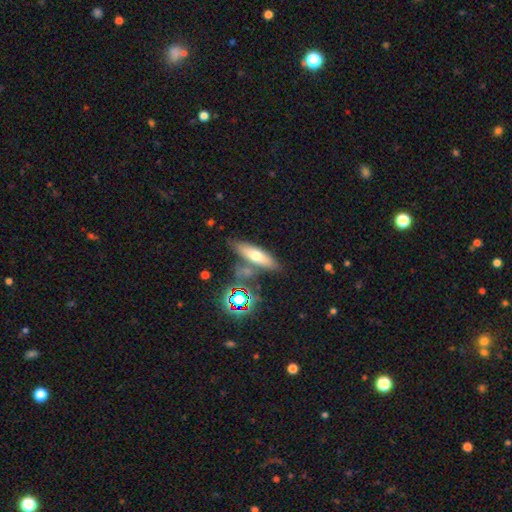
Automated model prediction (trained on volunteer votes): Overall: smooth (54%; featured or disk 31%). How rounded: cigar-shaped (54%; in between 41%). Merging: none (69%).